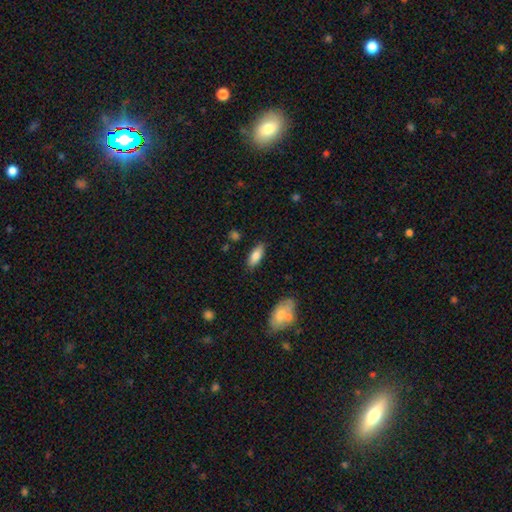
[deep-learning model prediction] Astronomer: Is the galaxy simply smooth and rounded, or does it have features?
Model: smooth — 83%.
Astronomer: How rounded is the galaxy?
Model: in between — 80%.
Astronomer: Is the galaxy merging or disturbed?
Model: none — 85%.